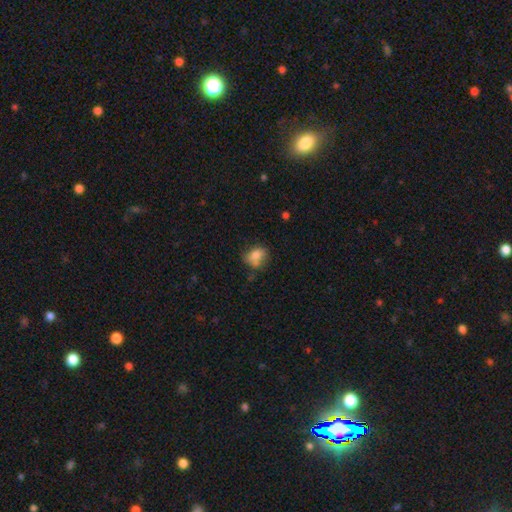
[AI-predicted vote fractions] Smooth or featured?
  - smooth: 75% *
  - featured or disk: 14%
  - star or artifact: 10%
How rounded?
  - in between: 50% *
  - round: 48%
  - cigar-shaped: 1%
Merging?
  - none: 51% *
  - minor disturbance: 29%
  - major disturbance: 11%
  - merger: 9%